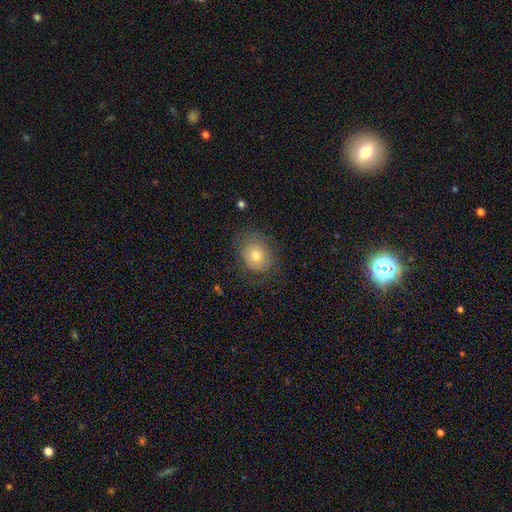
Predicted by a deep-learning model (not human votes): Smooth or featured?
  - smooth: 64% *
  - featured or disk: 25%
  - star or artifact: 11%
How rounded?
  - round: 66% *
  - in between: 33%
  - cigar-shaped: 1%
Merging?
  - none: 72% *
  - minor disturbance: 17%
  - major disturbance: 9%
  - merger: 1%